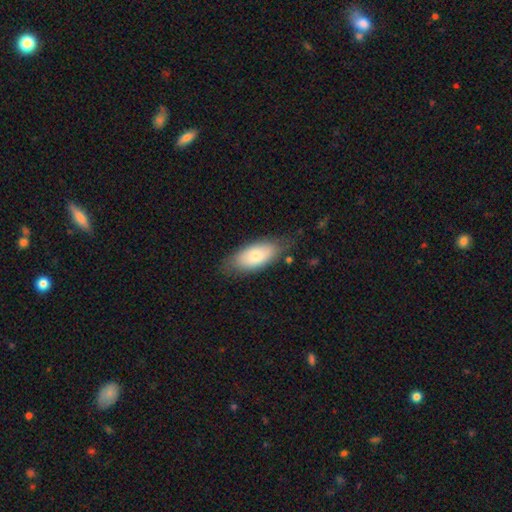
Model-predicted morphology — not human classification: The model was most divided on "merging": none: 73%, minor disturbance: 20%, major disturbance: 6%, merger: 2%. More confident: how rounded — in between (89%); smooth or featured — smooth (74%).